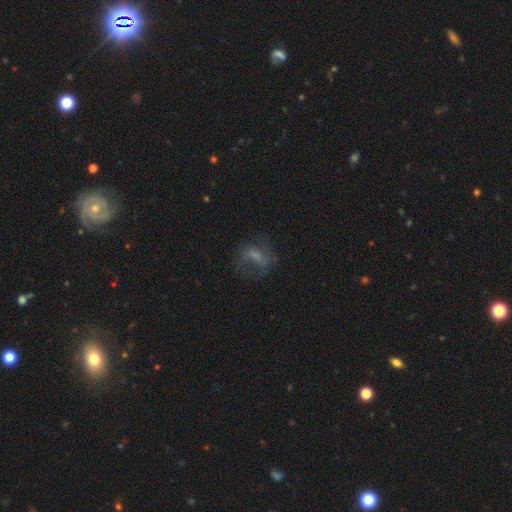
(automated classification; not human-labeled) This appears to be a featured or disk galaxy (42%, tied with smooth). Merging: none (49%).